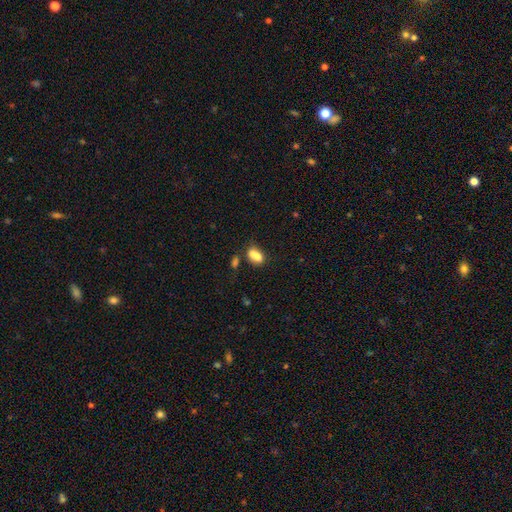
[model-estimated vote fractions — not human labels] Smooth or featured?
  - smooth: 75% *
  - featured or disk: 15%
  - star or artifact: 10%
How rounded?
  - in between: 77% *
  - round: 19%
  - cigar-shaped: 5%
Merging?
  - merger: 45% *
  - none: 35%
  - minor disturbance: 14%
  - major disturbance: 6%